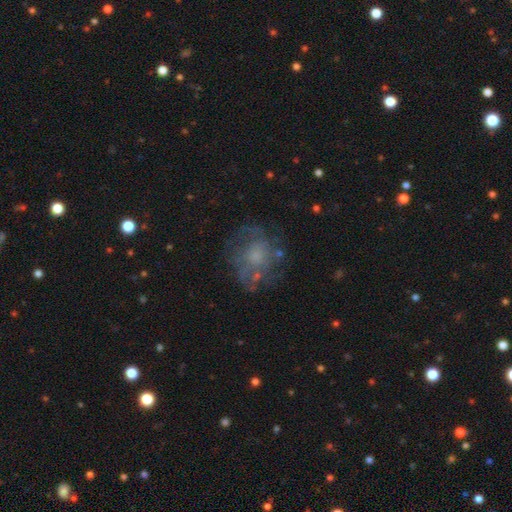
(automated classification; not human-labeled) Smooth or featured?
  - featured or disk: 50% *
  - smooth: 36%
  - star or artifact: 13%
Edge-on disk?
  - no: 97% *
  - yes: 3%
Merging?
  - none: 61% *
  - minor disturbance: 19%
  - major disturbance: 17%
  - merger: 3%